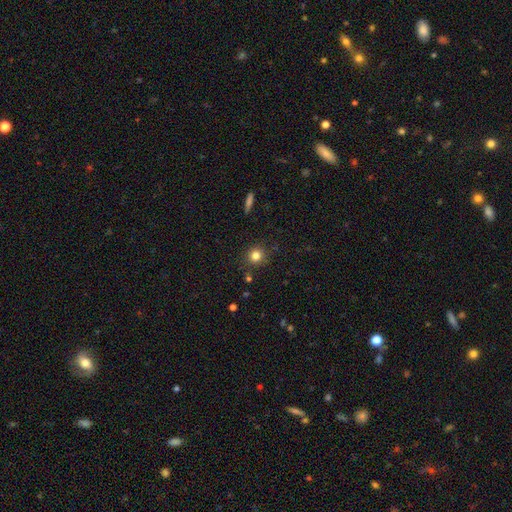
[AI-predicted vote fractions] Overall: smooth (80%). How rounded: round (91%). Merging: none (87%).